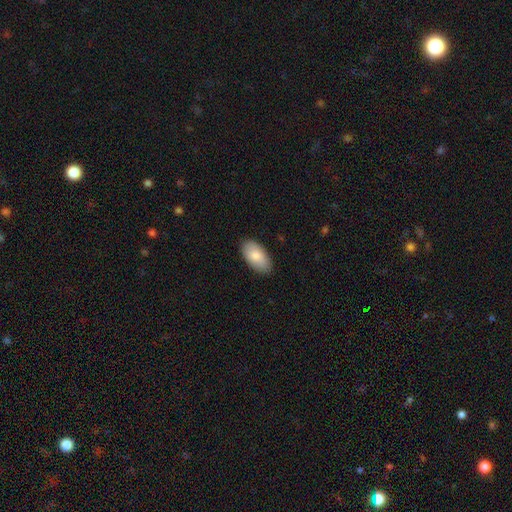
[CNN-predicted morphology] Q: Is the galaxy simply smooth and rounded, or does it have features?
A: smooth — 83%.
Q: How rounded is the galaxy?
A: in between — 95%.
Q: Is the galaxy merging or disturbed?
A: none — 88%.